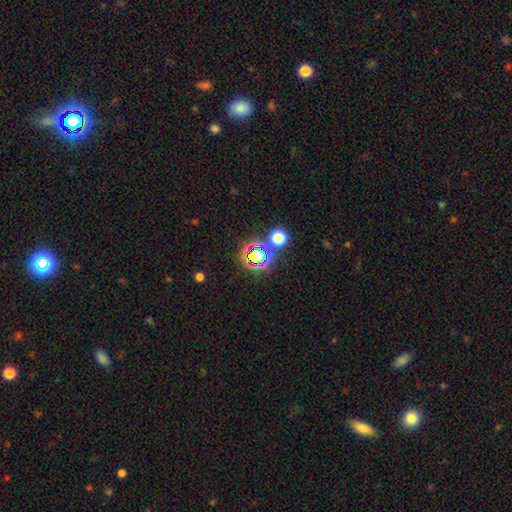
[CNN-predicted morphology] smooth_or_featured: star or artifact (p=0.61) [alt: smooth p=0.28]